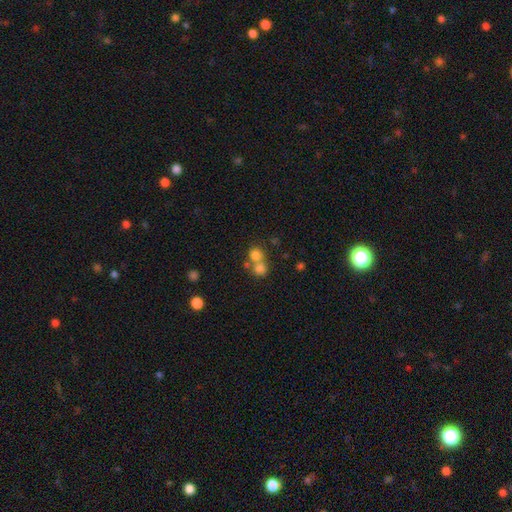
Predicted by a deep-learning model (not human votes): Smooth or featured? Predicted: smooth (p=0.76). How rounded? Predicted: round (p=0.85). Merging? Predicted: merger (p=0.46).